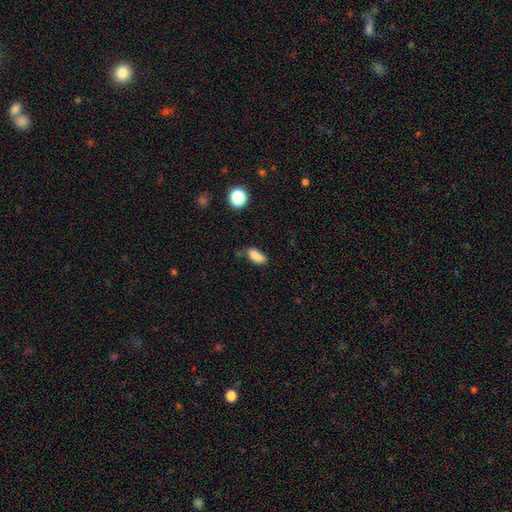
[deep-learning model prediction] A smooth galaxy with no disk features (77%) that is in between round and cigar-shaped (83%).

Vote fractions:
- Smooth or featured? smooth: 77% / featured or disk: 12% / star or artifact: 10%
- How rounded? in between: 83% / cigar-shaped: 10% / round: 6%
- Merging? none: 45% / minor disturbance: 29% / merger: 16% / major disturbance: 10%